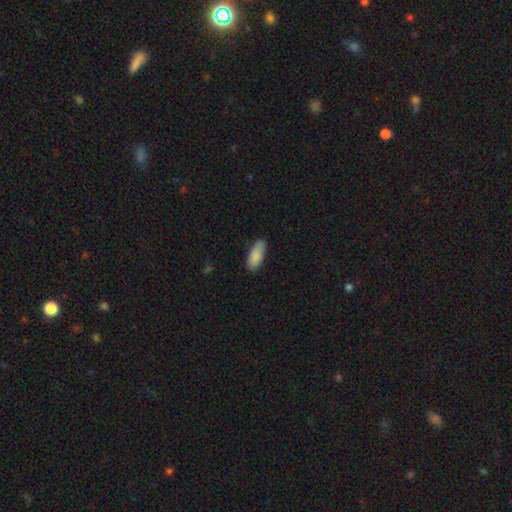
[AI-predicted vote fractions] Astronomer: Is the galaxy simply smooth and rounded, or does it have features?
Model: smooth — 87%.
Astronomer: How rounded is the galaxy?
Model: in between — 80%.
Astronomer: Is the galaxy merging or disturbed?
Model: none — 76%.